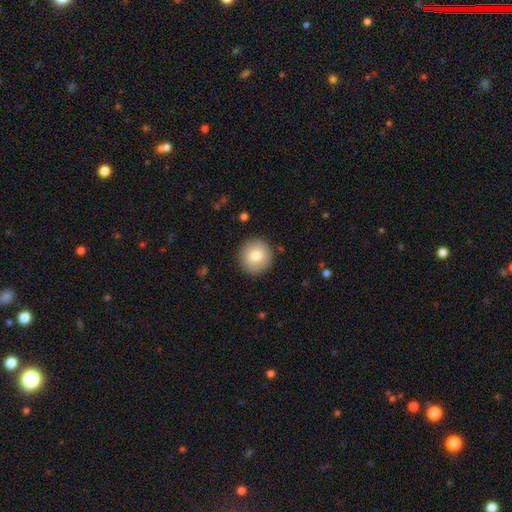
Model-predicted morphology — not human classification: Q: Smooth or featured?
A: smooth (79%); runner-up: featured or disk (13%)
Q: How rounded?
A: round (94%); runner-up: in between (5%)
Q: Merging?
A: none (90%); runner-up: minor disturbance (7%)